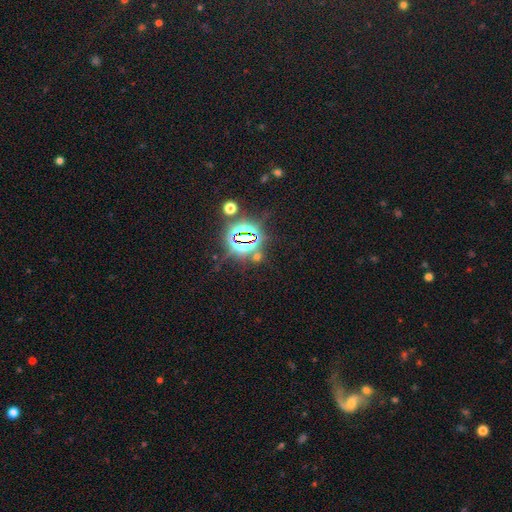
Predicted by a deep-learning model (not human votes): Smooth or featured? Predicted: star or artifact (p=0.82).